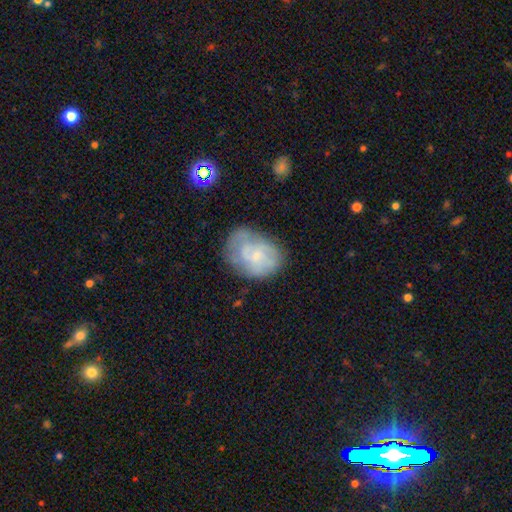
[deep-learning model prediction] smooth-or-featured: featured or disk: 57% | smooth: 35% | star or artifact: 8%
  disk-edge-on: no: 97% | yes: 3%
    bar: no: 70% | weak: 26% | strong: 3%
    has-spiral-arms: yes: 74% | no: 26%
    bulge-size: small: 69% | moderate: 21% | none: 8% | large: 1% | dominant: 1%
  merging: none: 53% | minor disturbance: 29% | major disturbance: 15% | merger: 3%